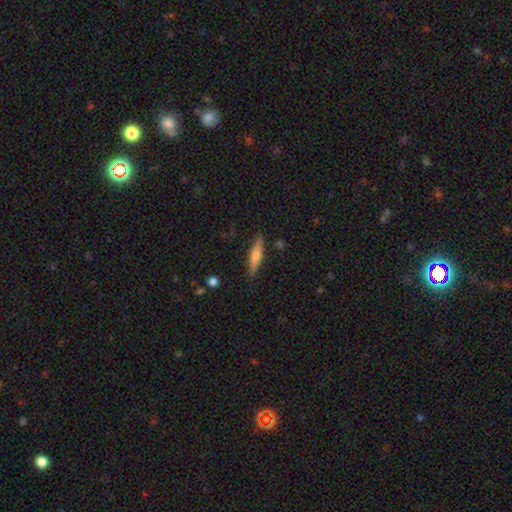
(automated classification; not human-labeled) Smooth or featured?
  - featured or disk: 51% *
  - smooth: 43%
  - star or artifact: 6%
Edge-on disk?
  - yes: 95% *
  - no: 5%
Merging?
  - none: 89% *
  - minor disturbance: 8%
  - major disturbance: 2%
  - merger: 1%